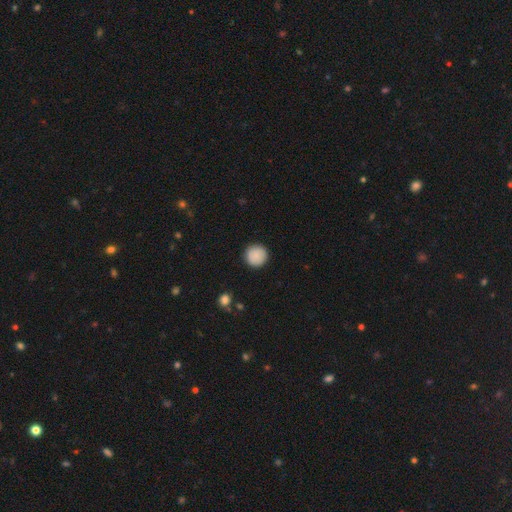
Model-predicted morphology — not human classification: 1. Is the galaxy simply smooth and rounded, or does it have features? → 89% smooth, 7% star or artifact, 4% featured or disk.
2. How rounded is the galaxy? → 96% round, 3% in between, 1% cigar-shaped.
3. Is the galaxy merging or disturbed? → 92% none, 6% minor disturbance, 2% major disturbance, 1% merger.